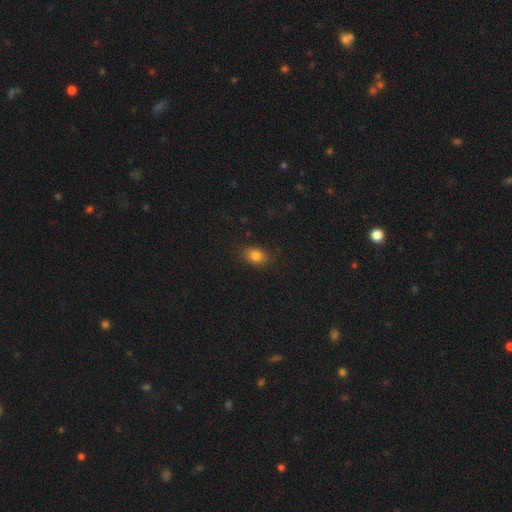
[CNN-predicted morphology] Smooth or featured: smooth — 82% (star or artifact — 11%)
How rounded: in between — 72% (round — 26%)
Merging: none — 84% (minor disturbance — 12%)